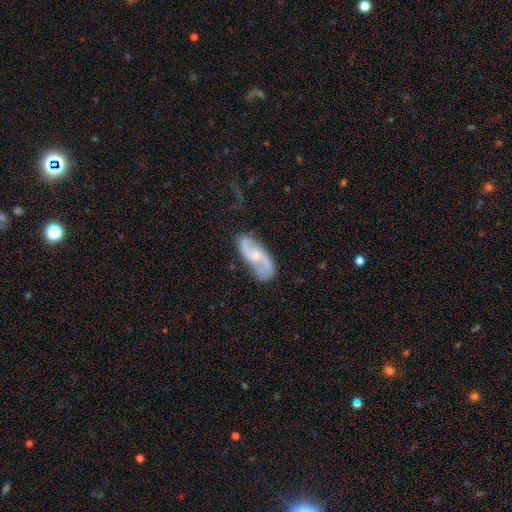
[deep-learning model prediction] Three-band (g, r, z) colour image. It shows a featured or disk galaxy (81%) with no bar (55%), 2 (91%) loose (49%) spiral arms (95%) and a small central bulge (58%). Merging: none (72%).